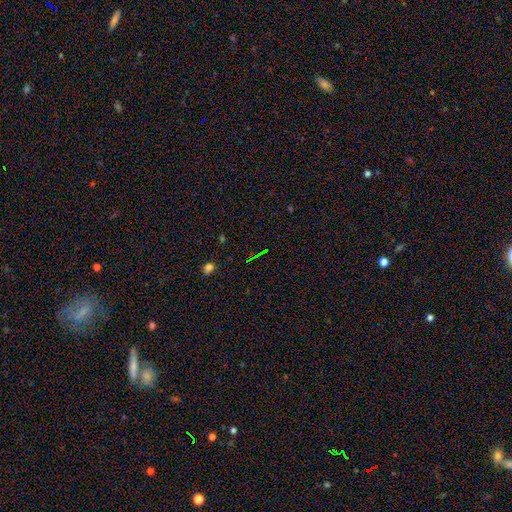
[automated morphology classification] Smooth or featured? Predicted: star or artifact (p=0.71).